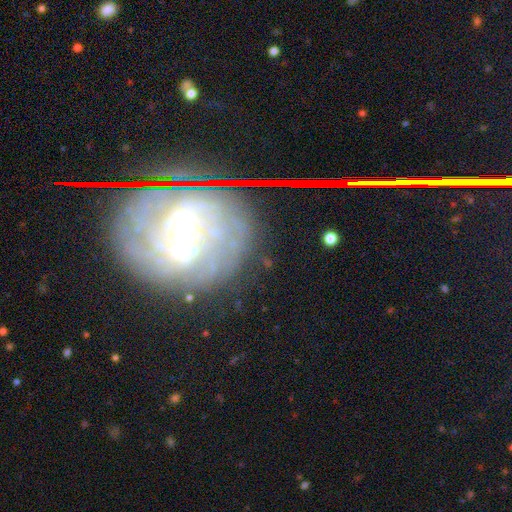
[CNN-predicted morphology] type=featured or disk (72%); edge-on=no (86%); bar=strong (64%); spiral arms=yes (74%); bulge=moderate (48%); merging=none (75%).